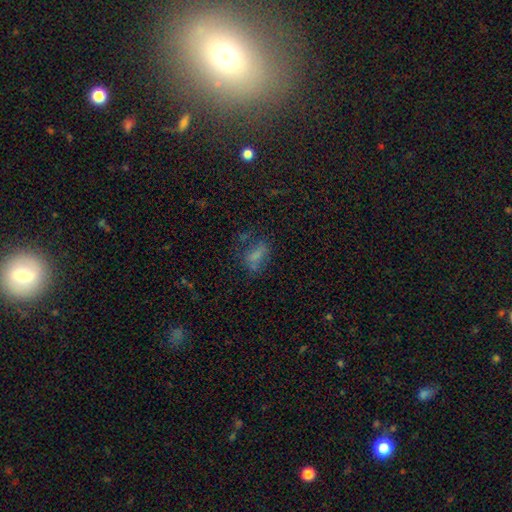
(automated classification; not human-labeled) Overall: smooth (58%; star or artifact 22%). How rounded: in between (77%). Merging: none (50%; minor disturbance 23%).